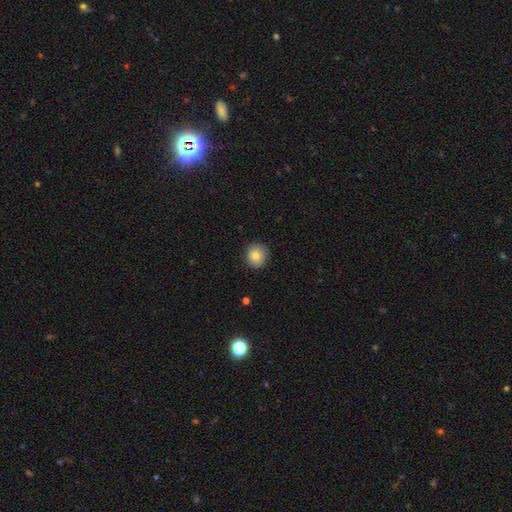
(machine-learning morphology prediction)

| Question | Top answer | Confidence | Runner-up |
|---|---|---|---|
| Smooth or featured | smooth | 84% | star or artifact (9%) |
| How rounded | round | 86% | in between (13%) |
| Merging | none | 88% | minor disturbance (9%) |